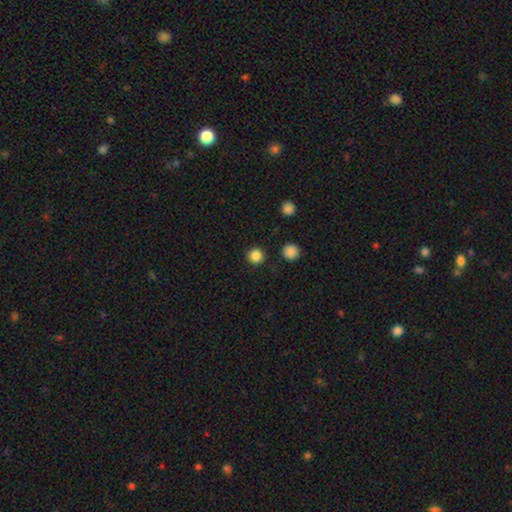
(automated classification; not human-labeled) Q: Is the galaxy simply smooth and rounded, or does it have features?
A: smooth — 84%.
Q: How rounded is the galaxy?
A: round — 96%.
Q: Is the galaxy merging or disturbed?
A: none — 92%.